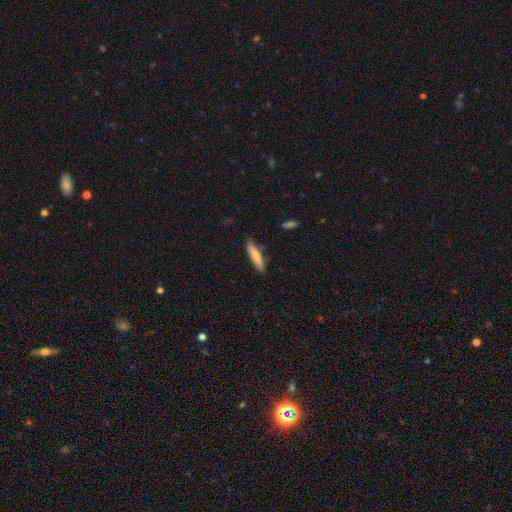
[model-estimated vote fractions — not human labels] smooth 75%, featured or disk 19%, star or artifact 6%. Down the decision tree: how rounded — cigar-shaped (80%); merging — none (83%).